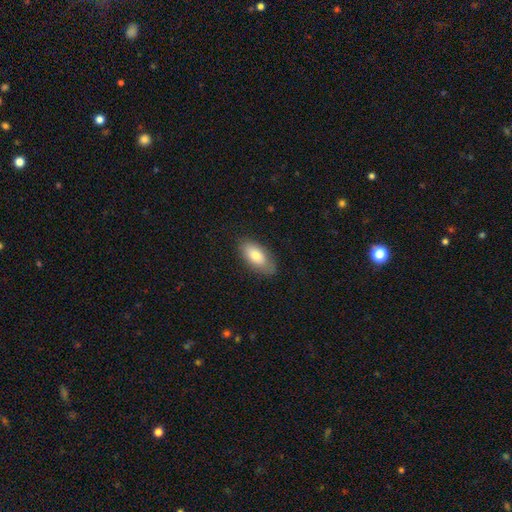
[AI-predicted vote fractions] Q: Smooth or featured?
A: smooth (76%); runner-up: featured or disk (18%)
Q: How rounded?
A: in between (90%); runner-up: cigar-shaped (7%)
Q: Merging?
A: none (79%); runner-up: minor disturbance (16%)